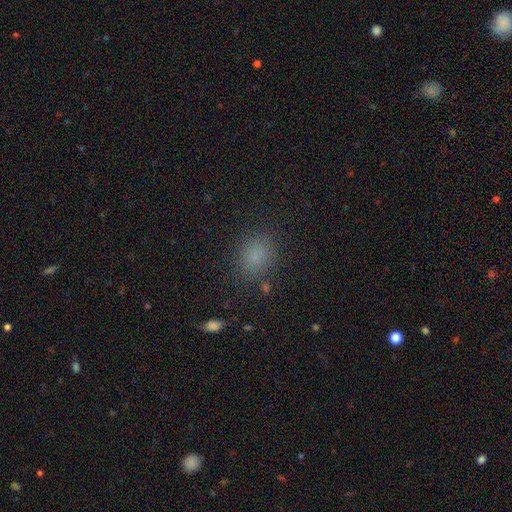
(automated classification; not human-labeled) Smooth or featured? smooth (79%)
How rounded? in between (59%)
Merging? none (82%)